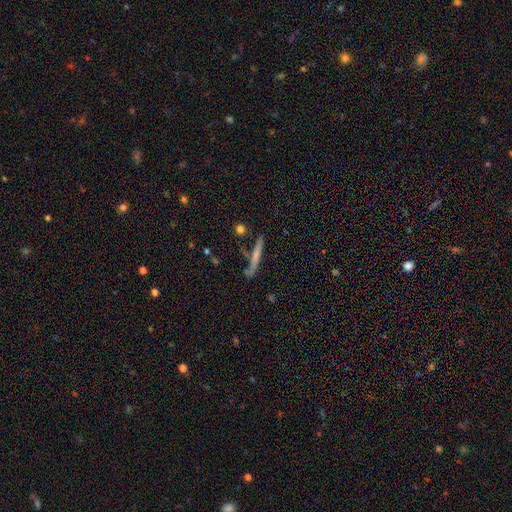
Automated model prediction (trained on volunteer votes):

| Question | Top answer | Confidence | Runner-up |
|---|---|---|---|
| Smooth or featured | smooth | 53% | featured or disk (39%) |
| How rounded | cigar-shaped | 94% | in between (4%) |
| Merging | none | 75% | minor disturbance (14%) |